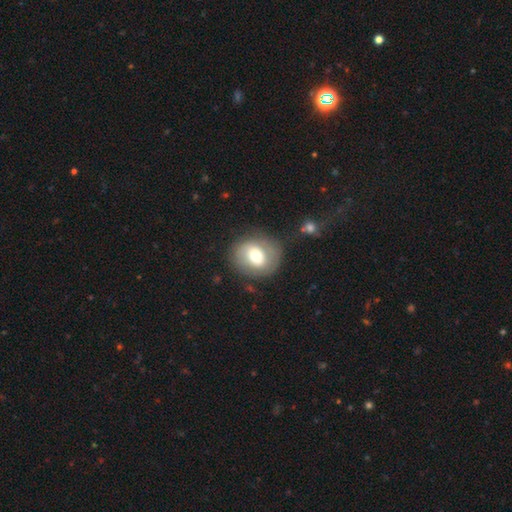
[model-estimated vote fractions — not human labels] Morphology: type=smooth (59%); roundness=round (76%); merging=none (75%).